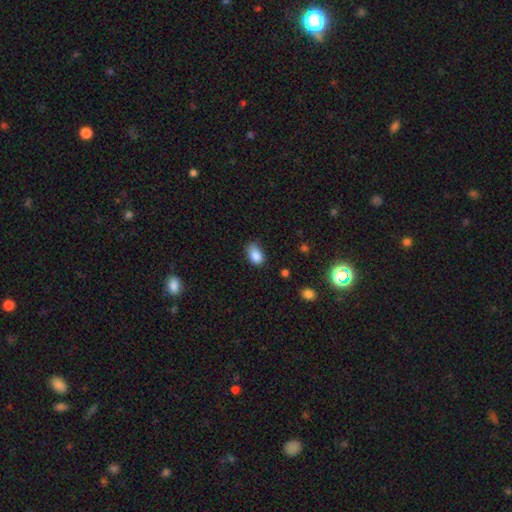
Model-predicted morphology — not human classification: Overall: smooth (85%). How rounded: in between (83%). Merging: none (56%; minor disturbance 34%).